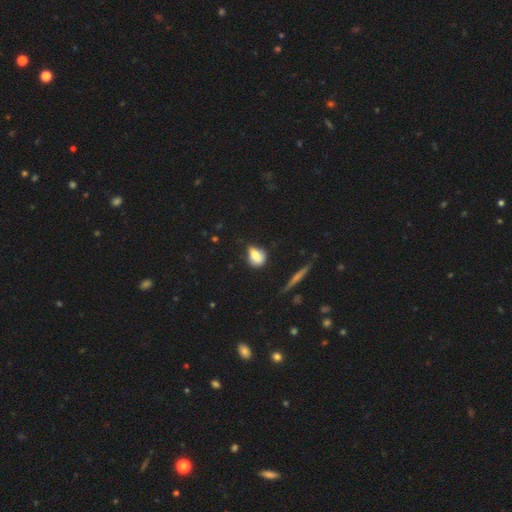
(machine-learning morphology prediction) smooth_or_featured: smooth (p=0.78) [alt: featured or disk p=0.13]
how_rounded: in between (p=0.59) [alt: round p=0.37]
merging: none (p=0.50) [alt: minor disturbance p=0.35]